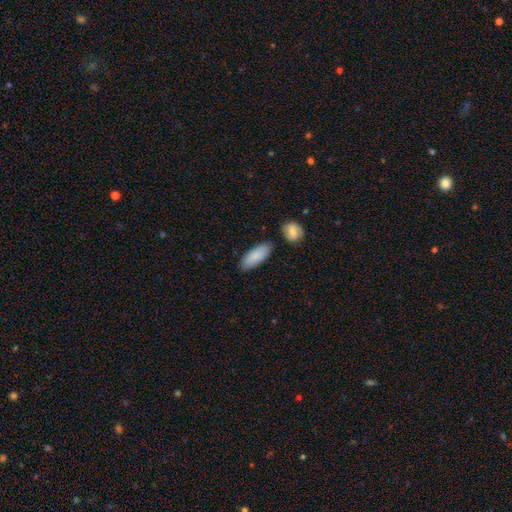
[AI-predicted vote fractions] Q: Smooth or featured?
A: smooth (87%); runner-up: featured or disk (8%)
Q: How rounded?
A: in between (77%); runner-up: cigar-shaped (21%)
Q: Merging?
A: none (81%); runner-up: minor disturbance (12%)